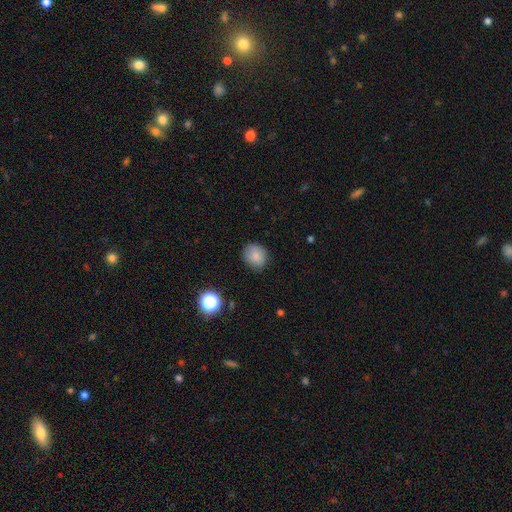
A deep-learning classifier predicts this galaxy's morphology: smooth_or_featured: smooth (p=0.83) [alt: star or artifact p=0.11]
how_rounded: round (p=0.76) [alt: in between p=0.23]
merging: none (p=0.78) [alt: minor disturbance p=0.17]